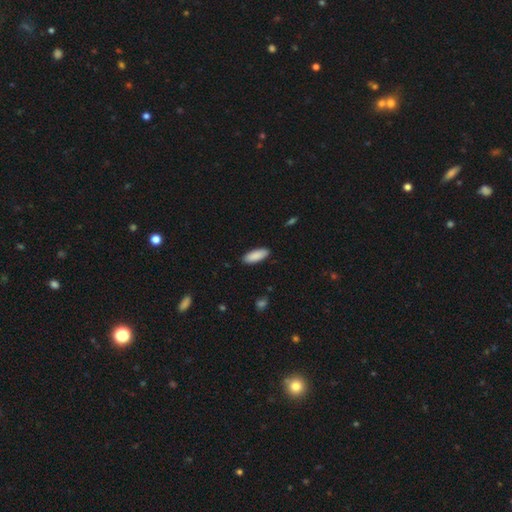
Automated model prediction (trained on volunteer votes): Smooth or featured?
  - smooth: 90% *
  - star or artifact: 6%
  - featured or disk: 5%
How rounded?
  - in between: 76% *
  - cigar-shaped: 23%
  - round: 1%
Merging?
  - none: 88% *
  - minor disturbance: 9%
  - major disturbance: 2%
  - merger: 1%